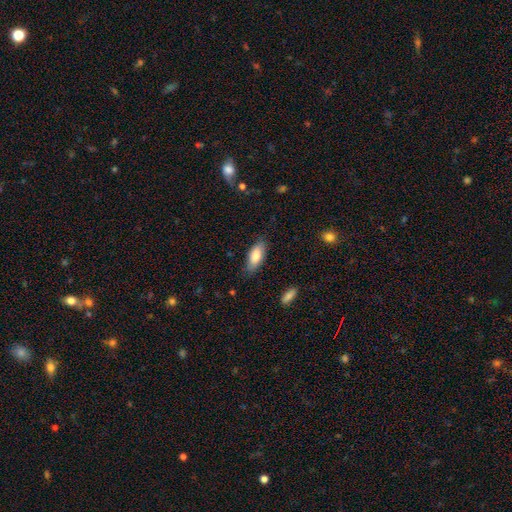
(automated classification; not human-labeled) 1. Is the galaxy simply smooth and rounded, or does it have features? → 81% smooth, 13% featured or disk, 6% star or artifact.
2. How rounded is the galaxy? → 79% in between, 19% cigar-shaped, 2% round.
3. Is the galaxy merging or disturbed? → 80% none, 16% minor disturbance, 3% major disturbance, 1% merger.